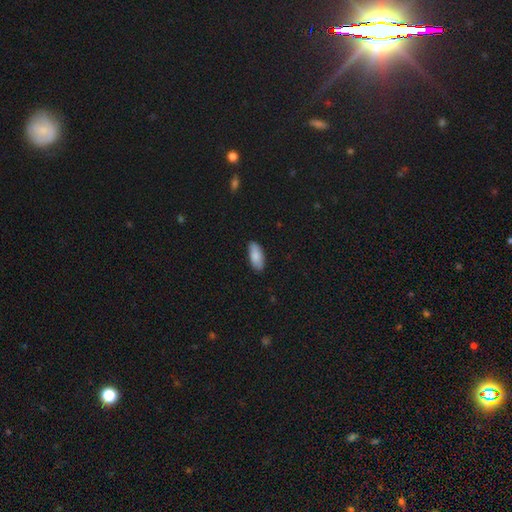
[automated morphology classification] This is clearly a smooth galaxy (85%). How rounded: clearly in between (88%). Merging: clearly none (85%).